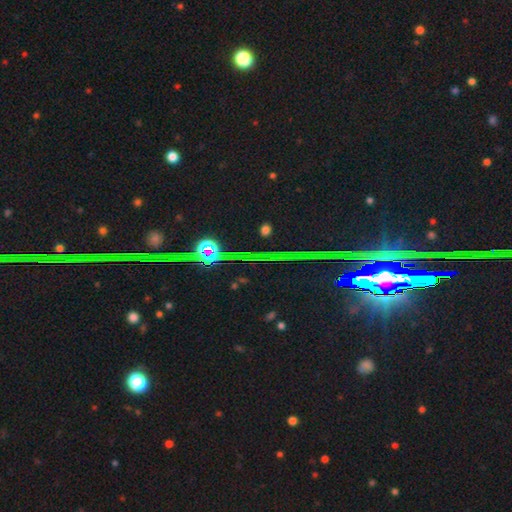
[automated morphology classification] type=star or artifact (71%).